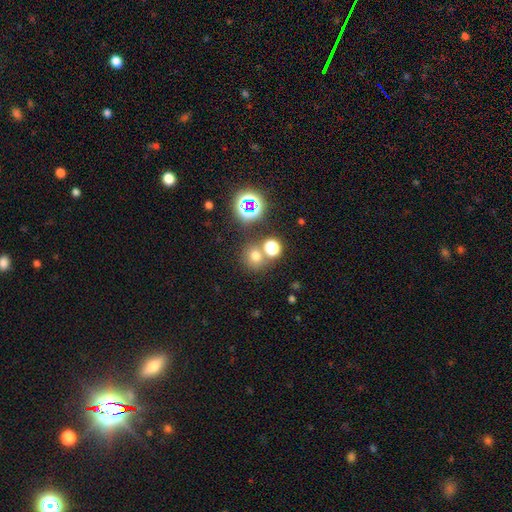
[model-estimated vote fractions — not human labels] smooth 65%, star or artifact 27%, featured or disk 8%. Down the decision tree: how rounded — round (84%); merging — none (66%).